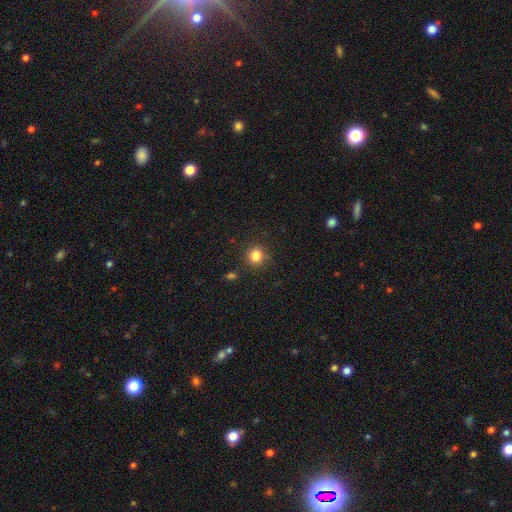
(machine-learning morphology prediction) This is clearly a smooth galaxy (83%). How rounded: clearly round (91%). Merging: clearly none (87%).